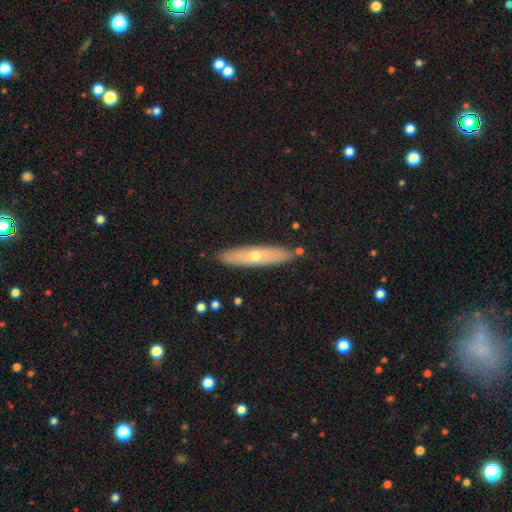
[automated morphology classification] Overall: smooth (47%; featured or disk 46%). Merging: none (87%).